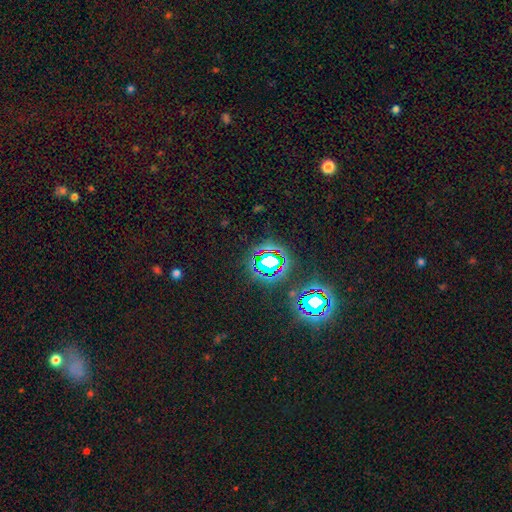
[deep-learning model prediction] Morphology: type=star or artifact (78%).